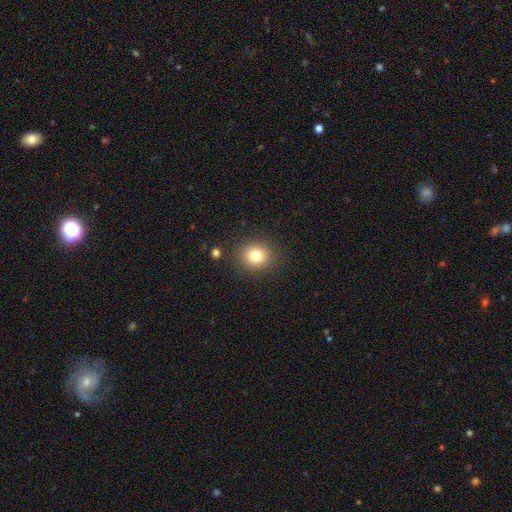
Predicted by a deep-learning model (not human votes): This is likely a smooth galaxy (80%). How rounded: clearly round (84%). Merging: clearly none (88%).